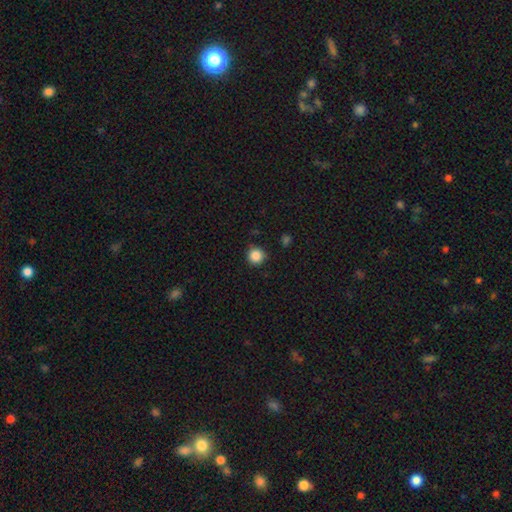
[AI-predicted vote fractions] Q: Smooth or featured?
A: smooth (86%); runner-up: star or artifact (11%)
Q: How rounded?
A: round (95%); runner-up: in between (4%)
Q: Merging?
A: none (86%); runner-up: minor disturbance (10%)